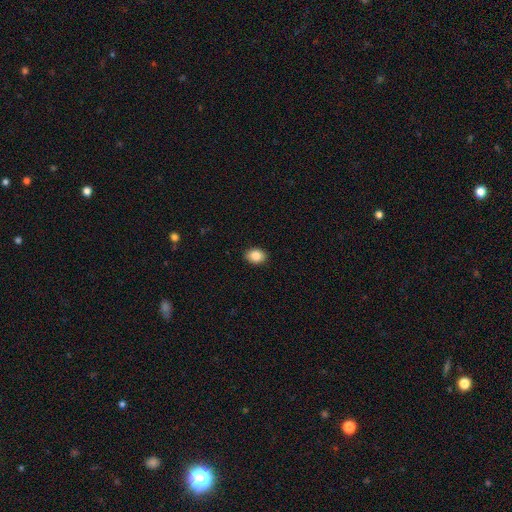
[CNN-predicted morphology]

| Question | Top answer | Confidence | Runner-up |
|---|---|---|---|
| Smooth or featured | smooth | 86% | star or artifact (8%) |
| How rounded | in between | 68% | round (31%) |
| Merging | none | 89% | minor disturbance (8%) |